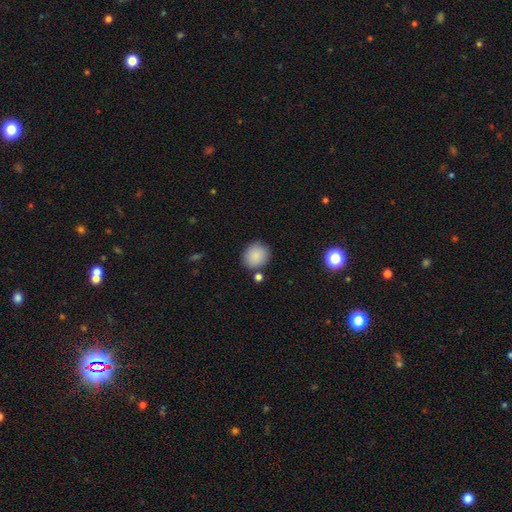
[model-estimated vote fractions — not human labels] This is clearly a smooth galaxy (88%). How rounded: clearly round (80%). Merging: clearly none (80%).